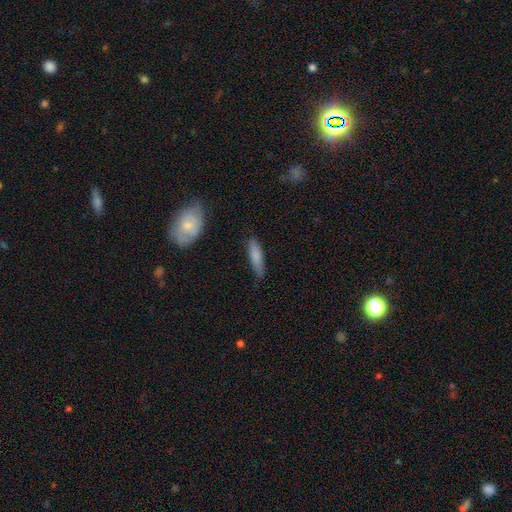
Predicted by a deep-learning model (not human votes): Q: Smooth or featured?
A: smooth (80%); runner-up: featured or disk (14%)
Q: How rounded?
A: cigar-shaped (70%); runner-up: in between (28%)
Q: Merging?
A: none (79%); runner-up: minor disturbance (16%)